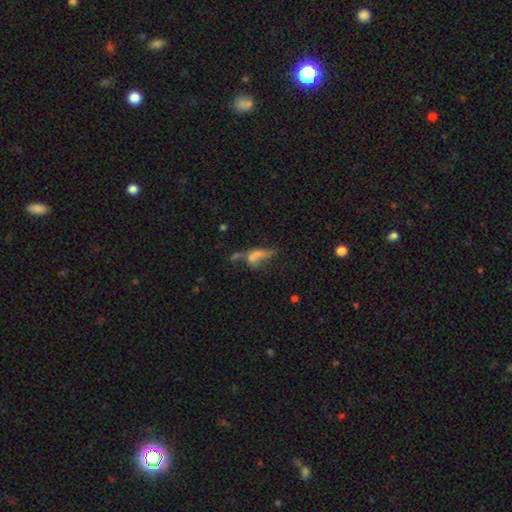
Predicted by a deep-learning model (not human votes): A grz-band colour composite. It shows a smooth galaxy with no disk features (46%). Merging: merger (38%).